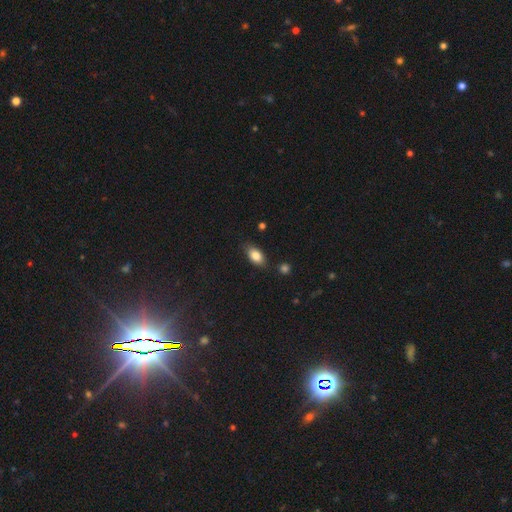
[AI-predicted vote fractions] Smooth or featured? smooth (82%)
How rounded? in between (89%)
Merging? none (81%)